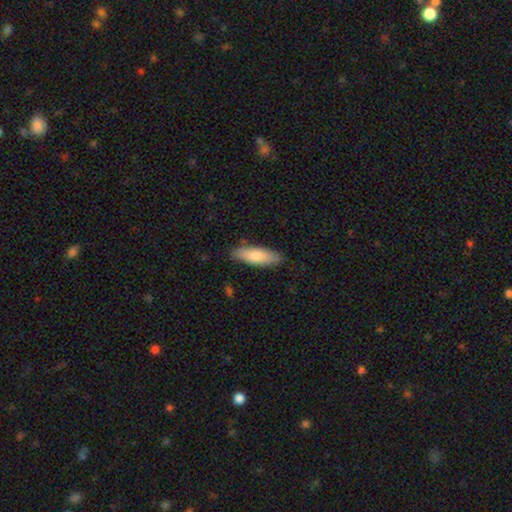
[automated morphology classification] This is likely a smooth galaxy (78%). How rounded: possibly cigar-shaped (51%). Merging: clearly none (86%).